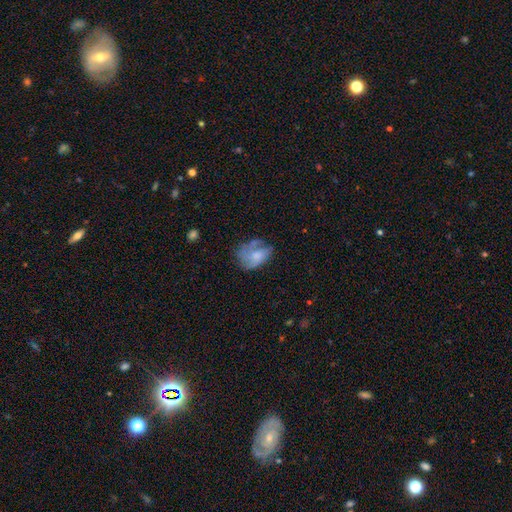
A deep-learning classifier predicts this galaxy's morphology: smooth_or_featured: smooth (p=0.49) [alt: featured or disk p=0.43]
merging: none (p=0.44) [alt: minor disturbance p=0.28]